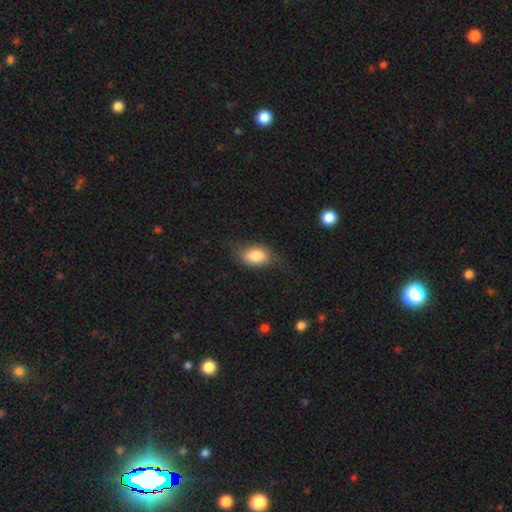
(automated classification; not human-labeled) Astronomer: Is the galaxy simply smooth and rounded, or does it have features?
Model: smooth — 81%.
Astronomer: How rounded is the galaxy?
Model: in between — 86%.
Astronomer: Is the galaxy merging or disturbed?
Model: none — 65%.